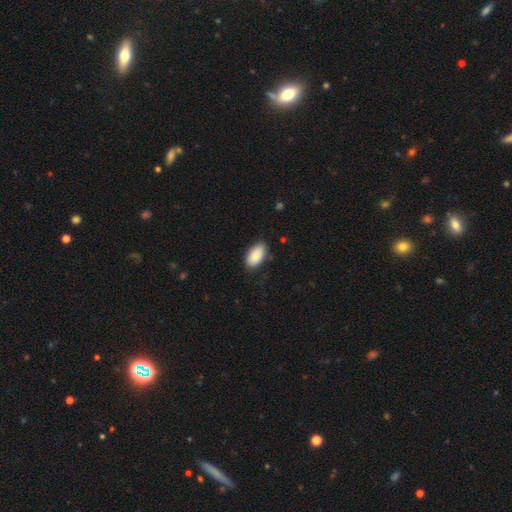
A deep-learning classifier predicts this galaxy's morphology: Smooth or featured? smooth (83%)
How rounded? in between (95%)
Merging? none (80%)